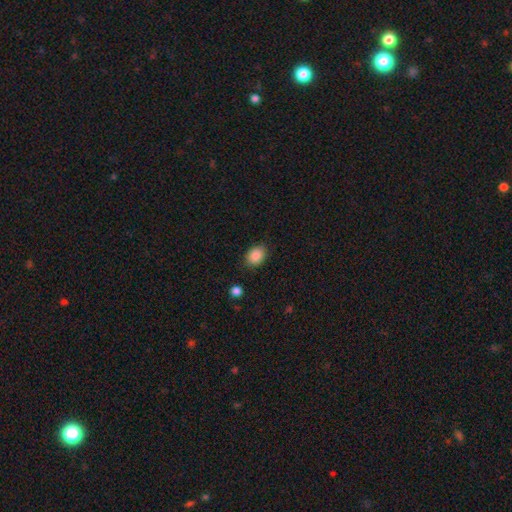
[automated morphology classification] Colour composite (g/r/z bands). It shows a smooth galaxy with no disk features (87%) that is in between round and cigar-shaped (68%). Merging: none (85%).